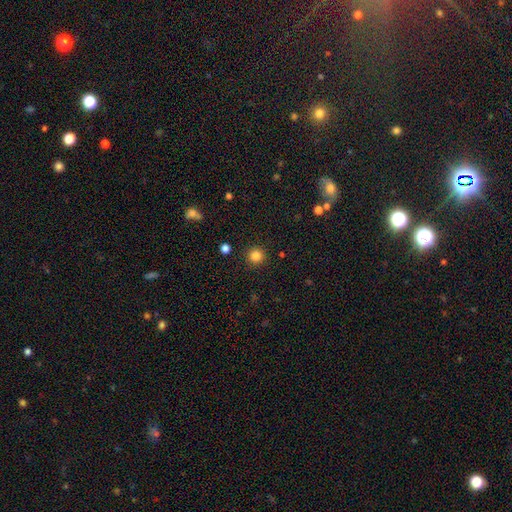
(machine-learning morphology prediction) A smooth galaxy with no disk features (85%) that is round (95%).

Vote fractions:
- Smooth or featured? smooth: 85% / star or artifact: 12% / featured or disk: 4%
- How rounded? round: 95% / in between: 4% / cigar-shaped: 1%
- Merging? none: 91% / minor disturbance: 5% / major disturbance: 2% / merger: 1%